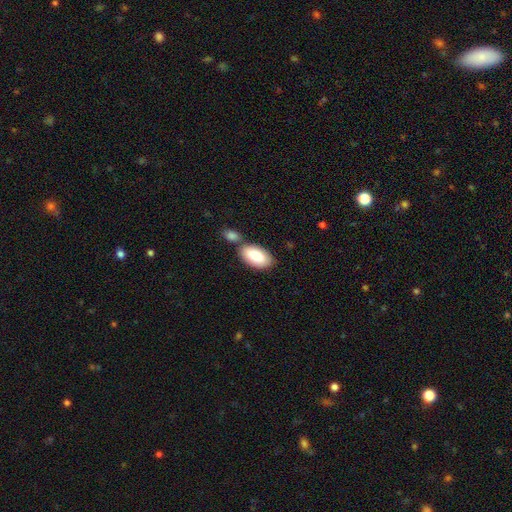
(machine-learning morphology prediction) Smooth or featured? smooth (85%)
How rounded? in between (95%)
Merging? none (55%)